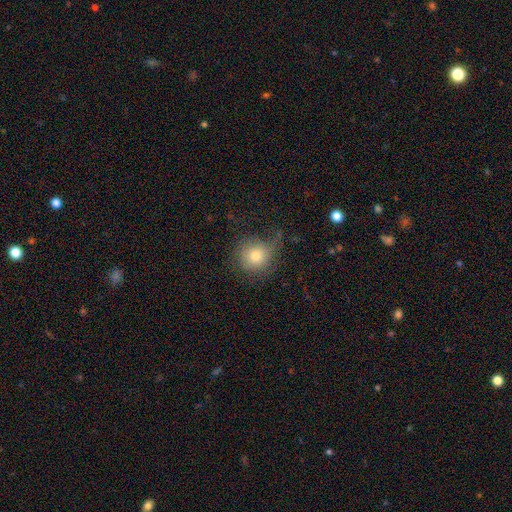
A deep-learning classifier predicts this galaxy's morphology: The model was most divided on "merging": none: 60%, minor disturbance: 24%, major disturbance: 14%, merger: 2%. More confident: how rounded — round (91%); smooth or featured — smooth (74%).